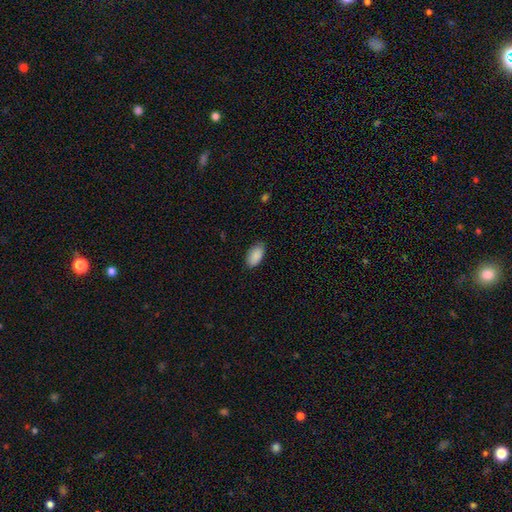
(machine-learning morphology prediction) Smooth or featured? smooth (90%)
How rounded? in between (95%)
Merging? none (84%)